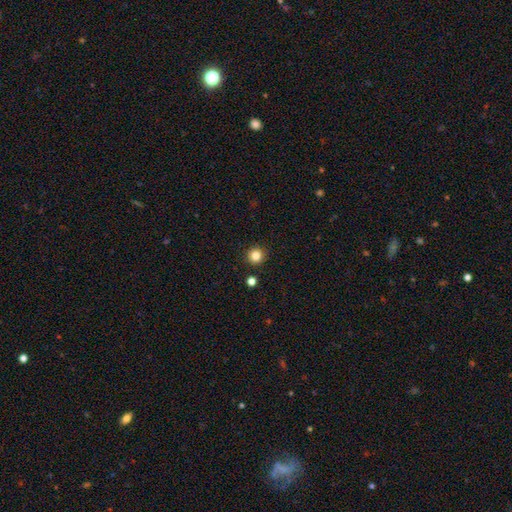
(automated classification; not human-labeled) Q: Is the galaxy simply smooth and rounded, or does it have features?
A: smooth — 83%.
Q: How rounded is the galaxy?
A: round — 94%.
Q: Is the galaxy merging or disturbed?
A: none — 91%.